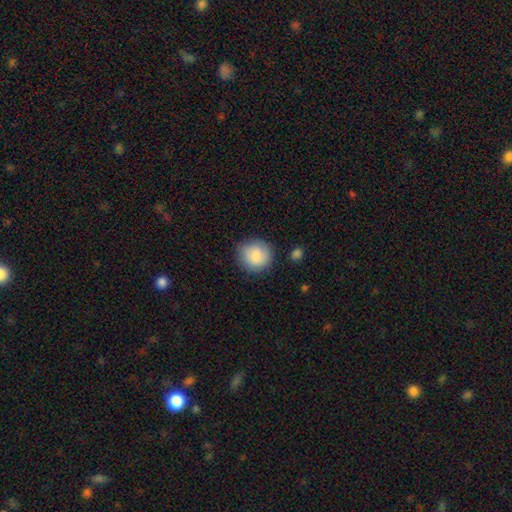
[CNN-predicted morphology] smooth_or_featured: smooth (p=0.86) [alt: featured or disk p=0.07]
how_rounded: round (p=0.90) [alt: in between p=0.09]
merging: none (p=0.81) [alt: minor disturbance p=0.14]